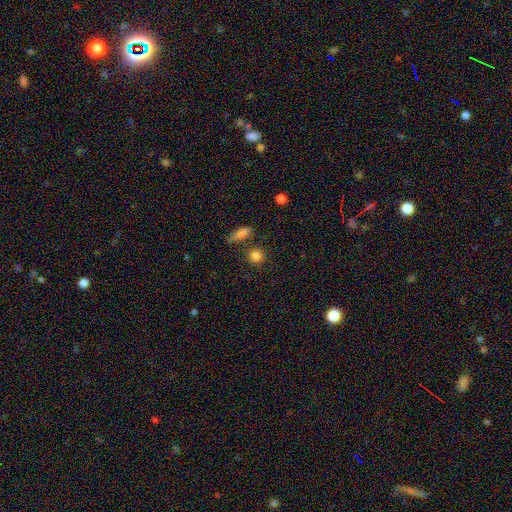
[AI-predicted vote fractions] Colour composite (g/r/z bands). It shows a smooth galaxy with no disk features (84%) that is round (88%). Merging: none (81%).